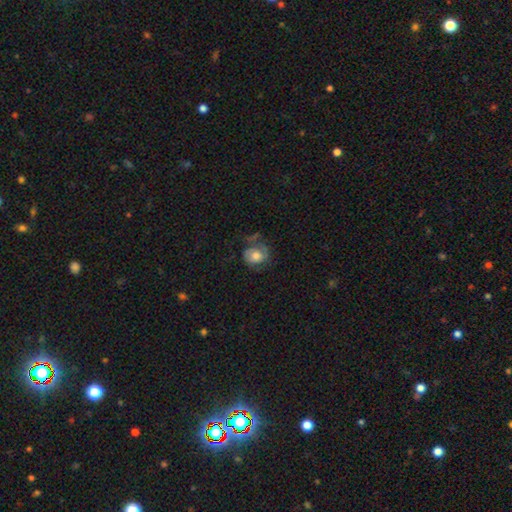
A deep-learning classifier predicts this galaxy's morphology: The model was most divided on "merging": none: 44%, minor disturbance: 26%, major disturbance: 25%, merger: 4%. More confident: how rounded — round (69%); smooth or featured — smooth (57%).